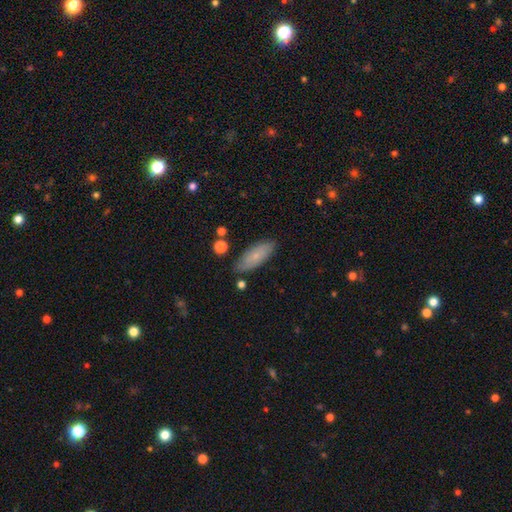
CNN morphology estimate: Smooth or featured? smooth (72%)
How rounded? in between (74%)
Merging? none (82%)